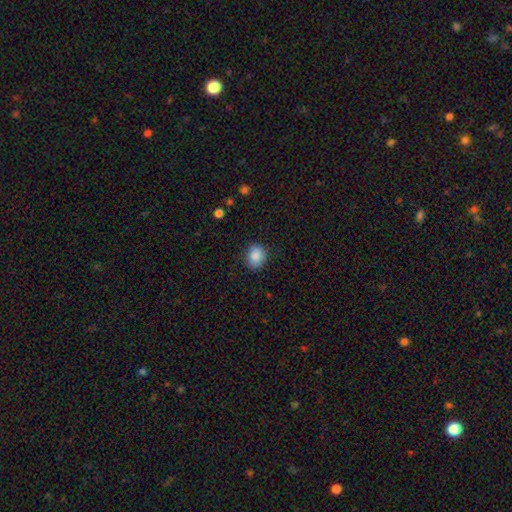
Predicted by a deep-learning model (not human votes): smooth-or-featured: smooth: 87% | star or artifact: 8% | featured or disk: 5%
  how-rounded: round: 53% | in between: 46% | cigar-shaped: 1%
  merging: none: 82% | minor disturbance: 13% | major disturbance: 3% | merger: 1%